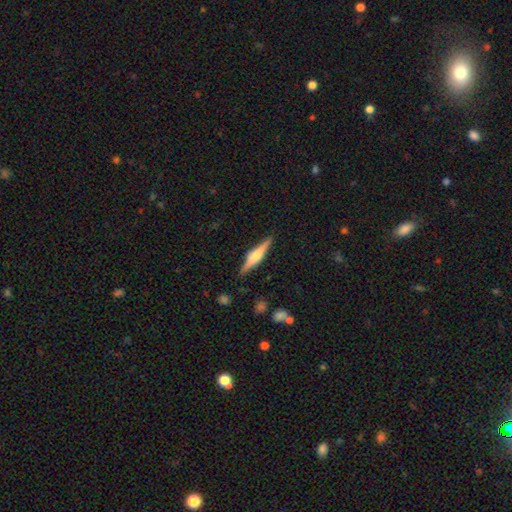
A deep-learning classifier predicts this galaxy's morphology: This is likely a featured or disk galaxy (68%). It is clearly viewed edge-on (98%). Edge-on bulge: likely rounded (79%). Merging: clearly none (89%).